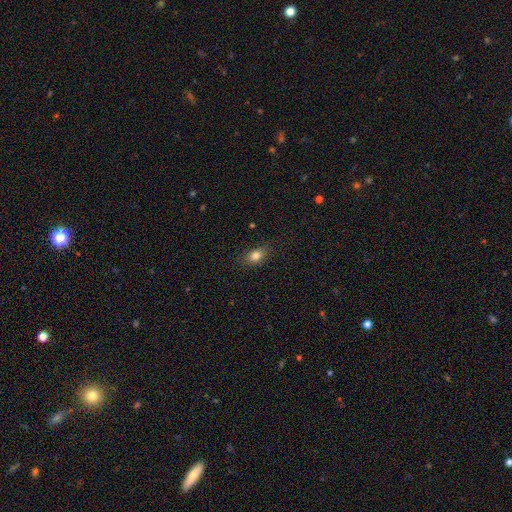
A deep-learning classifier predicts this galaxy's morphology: A smooth galaxy with no disk features (81%) that is in between round and cigar-shaped (76%). Merging: none (83%).